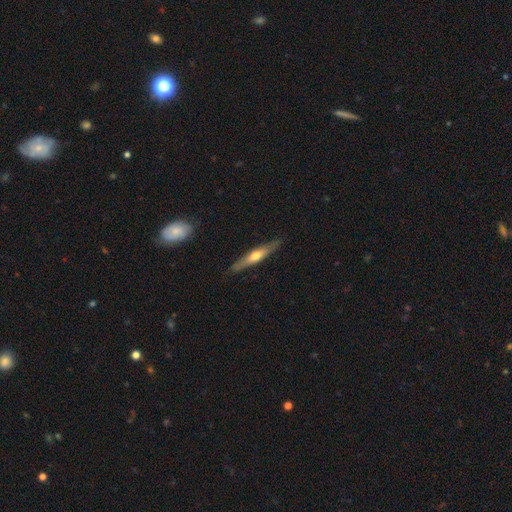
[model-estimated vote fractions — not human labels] smooth-or-featured: featured or disk: 53% | smooth: 41% | star or artifact: 5%
  disk-edge-on: yes: 90% | no: 10%
  merging: none: 86% | minor disturbance: 10% | major disturbance: 2% | merger: 1%